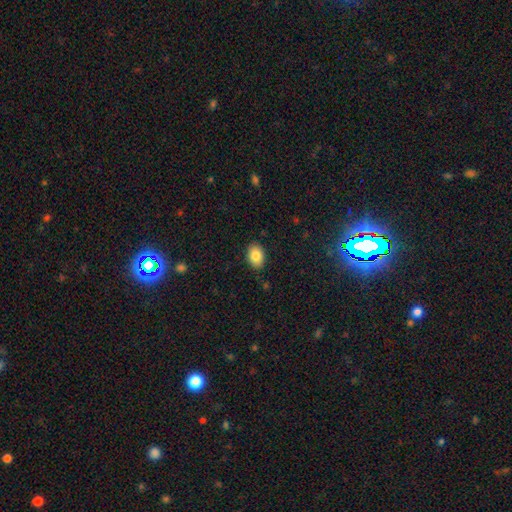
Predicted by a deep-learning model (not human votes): smooth_or_featured: smooth (p=0.85) [alt: star or artifact p=0.08]
how_rounded: in between (p=0.85) [alt: round p=0.13]
merging: none (p=0.88) [alt: minor disturbance p=0.09]